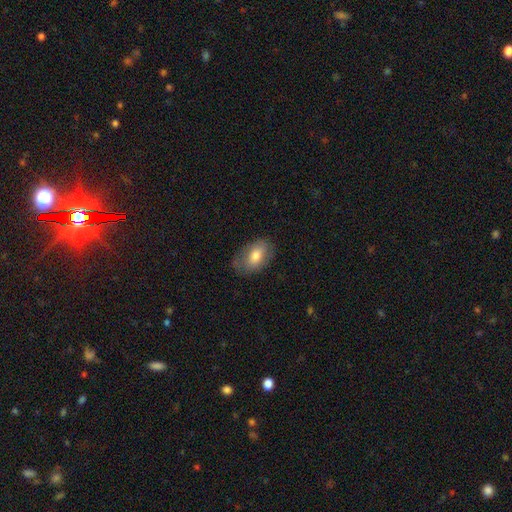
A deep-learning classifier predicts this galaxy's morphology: Smooth or featured?
  - smooth: 73% *
  - featured or disk: 20%
  - star or artifact: 7%
How rounded?
  - in between: 90% *
  - round: 8%
  - cigar-shaped: 2%
Merging?
  - none: 73% *
  - minor disturbance: 20%
  - major disturbance: 6%
  - merger: 1%